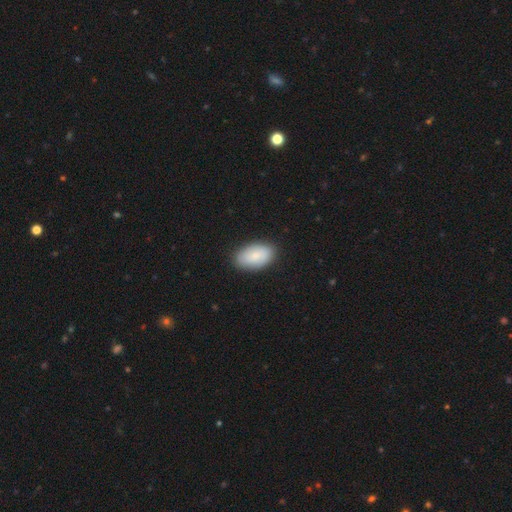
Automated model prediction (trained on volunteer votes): smooth-or-featured: smooth: 83% | featured or disk: 11% | star or artifact: 6%
  how-rounded: in between: 94% | round: 5% | cigar-shaped: 1%
  merging: none: 86% | minor disturbance: 10% | major disturbance: 2% | merger: 1%